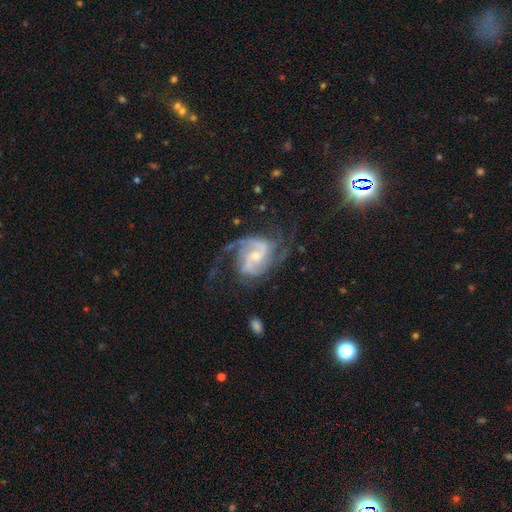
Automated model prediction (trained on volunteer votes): This is clearly a featured or disk galaxy (89%). It is clearly not viewed edge-on (97%). Bar: marginally weak (43%, tied with no). Spiral arm pattern: clearly yes (97%). Spiral arm count: likely 2 (62%). Spiral winding: possibly medium (50%). Central bulge: possibly small (55%). Merging: likely none (60%).